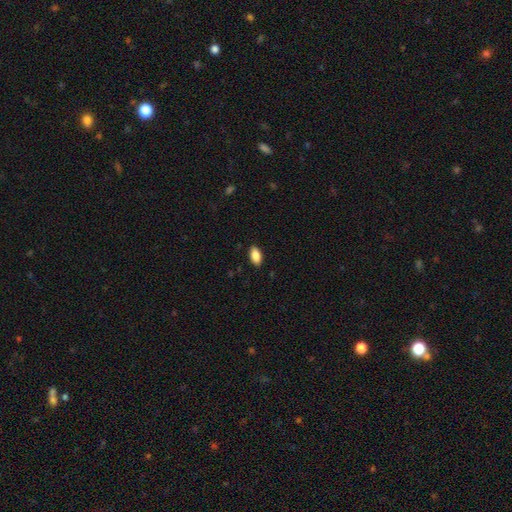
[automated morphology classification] This appears to be a smooth galaxy with no disk features (88%) that is in between round and cigar-shaped (92%). Merging: none (89%).